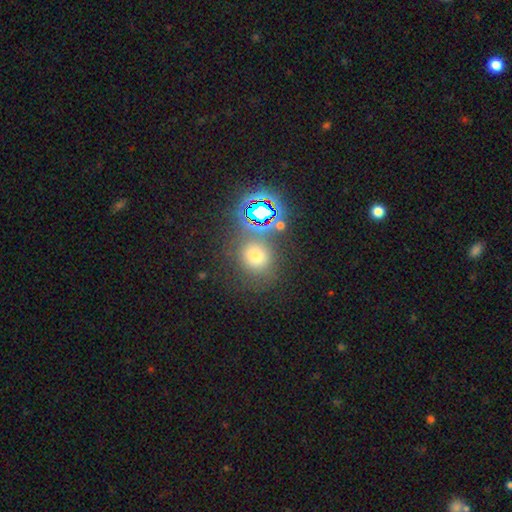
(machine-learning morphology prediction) This is likely a smooth galaxy (60%). How rounded: likely round (77%). Merging: likely none (69%).